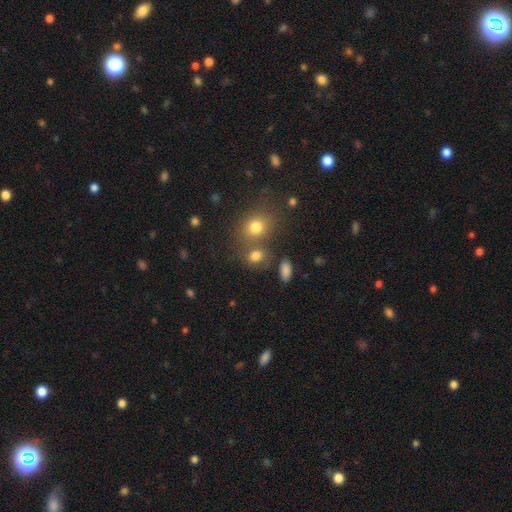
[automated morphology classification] This appears to be a smooth galaxy with no disk features (77%) that is round (50%). Merging: none (54%).